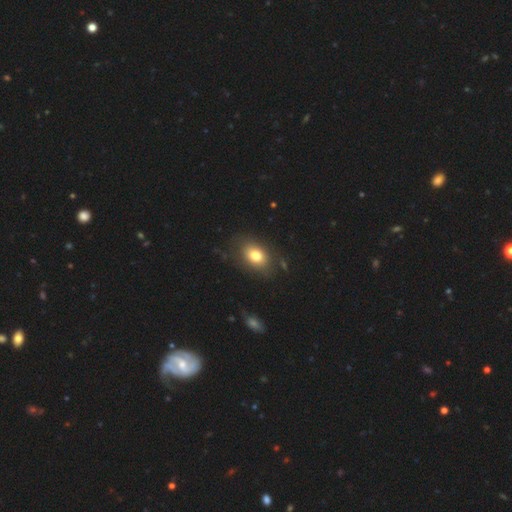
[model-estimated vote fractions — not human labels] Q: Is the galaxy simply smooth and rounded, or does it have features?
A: smooth — 78%.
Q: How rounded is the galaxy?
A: in between — 78%.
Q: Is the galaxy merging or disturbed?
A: none — 78%.